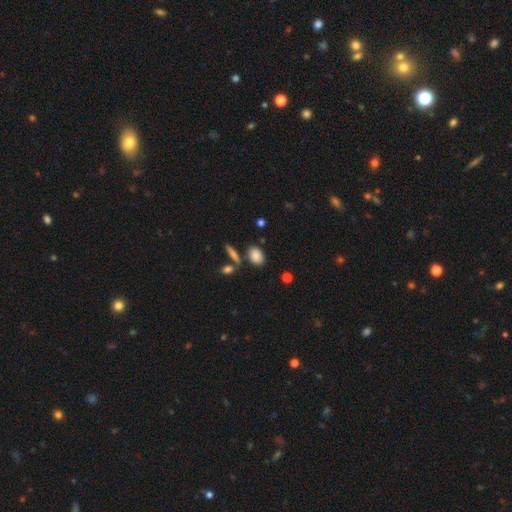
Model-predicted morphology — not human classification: This is clearly a smooth galaxy (84%). How rounded: clearly in between (81%). Merging: likely none (72%).